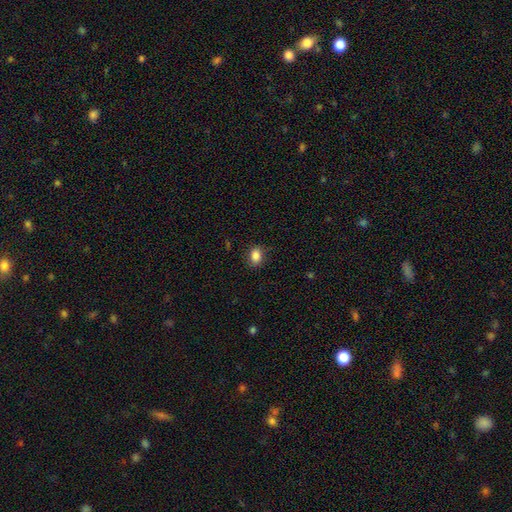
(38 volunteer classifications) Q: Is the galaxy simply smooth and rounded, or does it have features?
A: smooth — 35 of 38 (92%).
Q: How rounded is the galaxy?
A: in between — 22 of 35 (63%).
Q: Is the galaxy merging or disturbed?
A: none — 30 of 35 (86%).